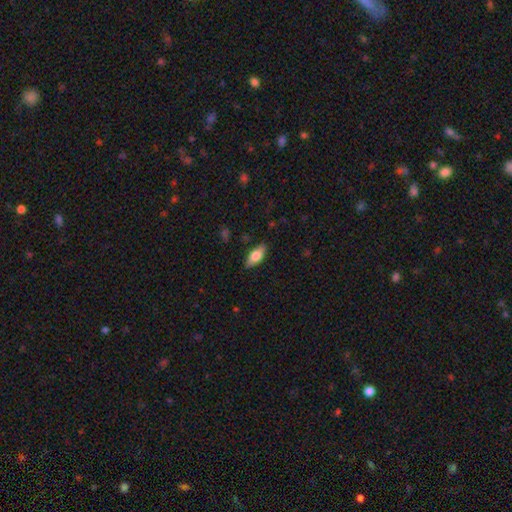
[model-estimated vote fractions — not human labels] Smooth or featured?
  - smooth: 73% *
  - featured or disk: 21%
  - star or artifact: 6%
How rounded?
  - in between: 83% *
  - cigar-shaped: 14%
  - round: 3%
Merging?
  - none: 85% *
  - minor disturbance: 11%
  - major disturbance: 2%
  - merger: 1%